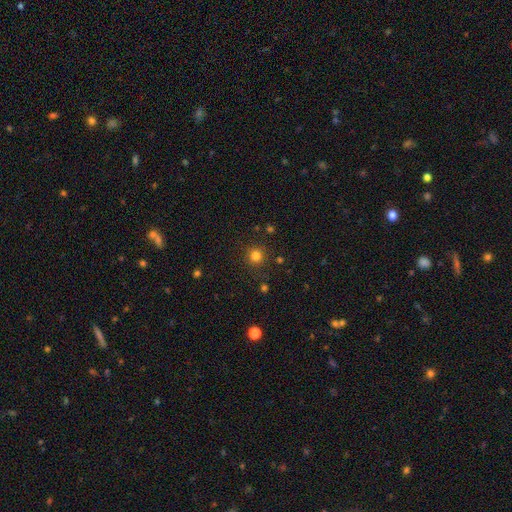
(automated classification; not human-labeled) smooth 80%, star or artifact 15%, featured or disk 5%. Down the decision tree: how rounded — round (94%); merging — none (89%).